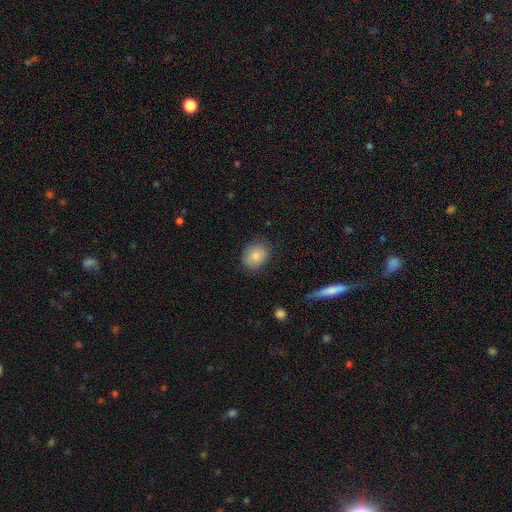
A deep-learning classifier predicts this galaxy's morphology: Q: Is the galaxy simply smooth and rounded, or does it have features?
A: smooth — 83%.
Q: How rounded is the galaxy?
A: round — 53%.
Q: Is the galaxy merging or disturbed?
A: none — 81%.